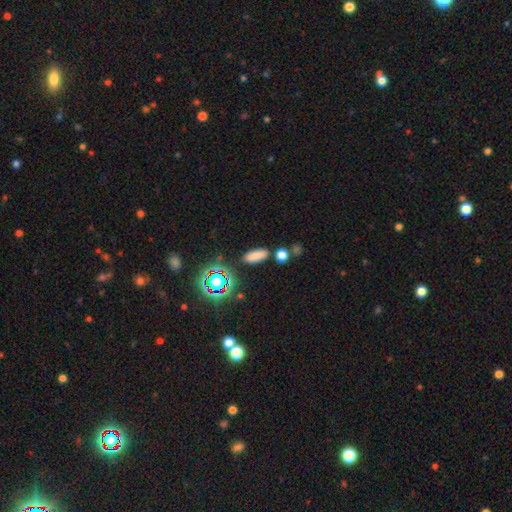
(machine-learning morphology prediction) Smooth or featured? smooth (78%)
How rounded? in between (78%)
Merging? none (82%)